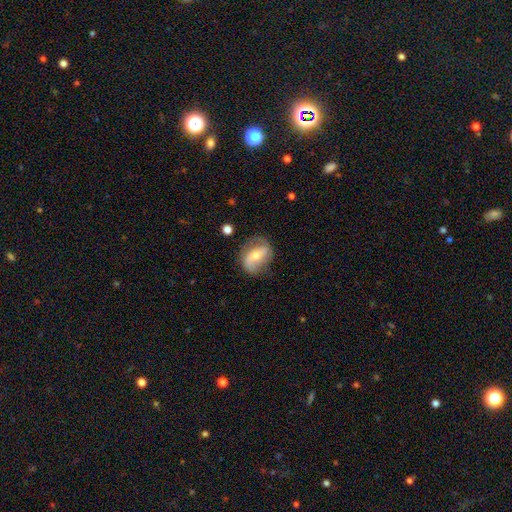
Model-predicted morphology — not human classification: smooth_or_featured: featured or disk (p=0.62) [alt: smooth p=0.31]
disk_edge_on: no (p=0.94) [alt: yes p=0.06]
bar: no (p=0.34) [alt: weak p=0.33]
has_spiral_arms: yes (p=0.75) [alt: no p=0.25]
bulge_size: moderate (p=0.58) [alt: small p=0.36]
merging: none (p=0.65) [alt: minor disturbance p=0.23]